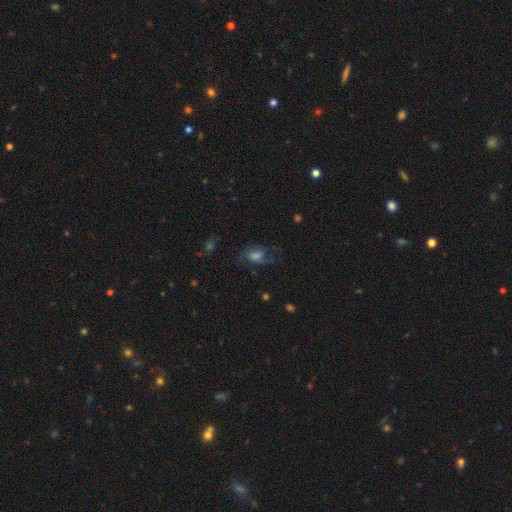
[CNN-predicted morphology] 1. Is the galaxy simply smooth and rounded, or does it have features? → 42% smooth, 39% featured or disk, 20% star or artifact.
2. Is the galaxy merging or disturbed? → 55% none, 22% minor disturbance, 21% major disturbance, 2% merger.